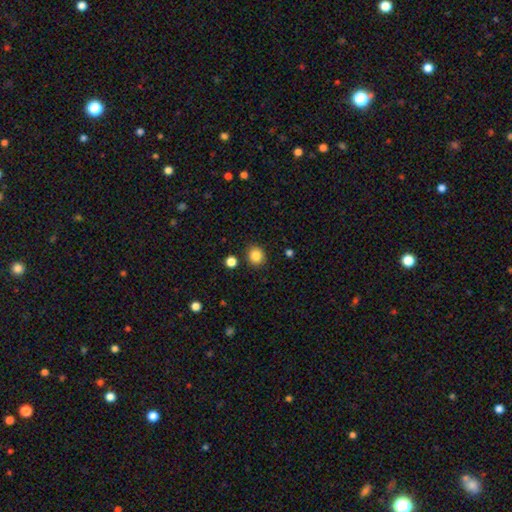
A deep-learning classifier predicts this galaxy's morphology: A smooth galaxy with no disk features (85%) that is round (84%).

Vote fractions:
- Smooth or featured? smooth: 85% / star or artifact: 10% / featured or disk: 5%
- How rounded? round: 84% / in between: 15% / cigar-shaped: 1%
- Merging? none: 88% / minor disturbance: 7% / merger: 3% / major disturbance: 2%